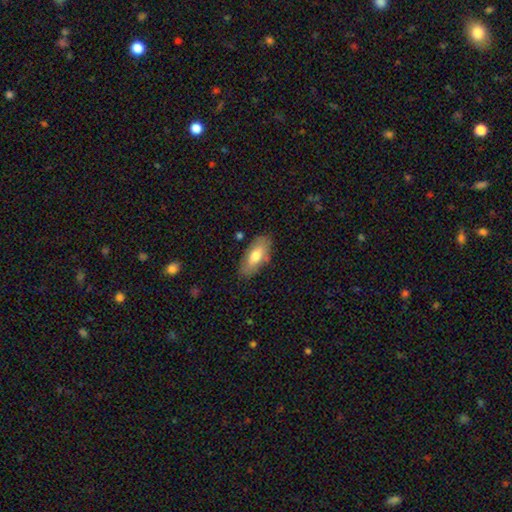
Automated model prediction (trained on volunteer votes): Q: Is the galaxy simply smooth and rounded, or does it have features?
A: smooth — 70%.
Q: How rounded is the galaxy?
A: in between — 86%.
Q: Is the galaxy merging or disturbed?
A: none — 79%.